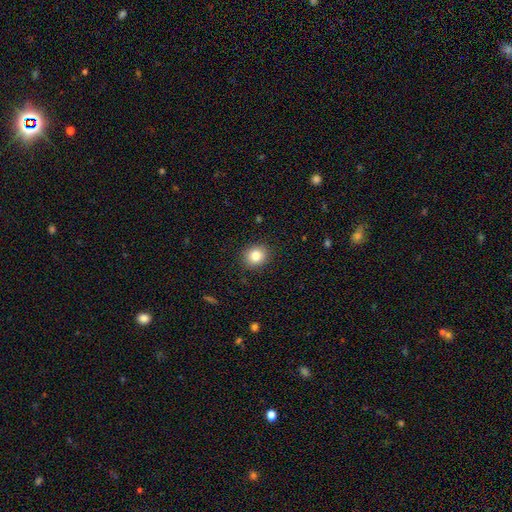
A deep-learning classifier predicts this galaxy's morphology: Q: Smooth or featured?
A: smooth (82%); runner-up: star or artifact (10%)
Q: How rounded?
A: round (76%); runner-up: in between (23%)
Q: Merging?
A: none (89%); runner-up: minor disturbance (7%)